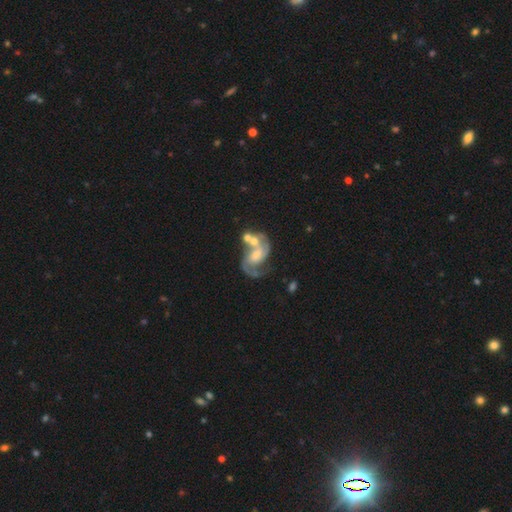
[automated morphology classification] A featured or disk galaxy (81%) with no bar (48%), 2 (66%) medium (46%) spiral arms (89%) and a moderate central bulge (44%).

Vote fractions:
- Smooth or featured? featured or disk: 81% / smooth: 13% / star or artifact: 7%
- Edge-on disk? no: 98% / yes: 2%
- Bar? no: 48% / weak: 40% / strong: 13%
- Spiral arms? yes: 89% / no: 11%
- Spiral winding? medium: 46% / loose: 35% / tight: 19%
- Spiral arm count? 2: 66% / 1: 16% / can't tell: 10% / 3: 6% / 4: 2% / more than 4: 2%
- Bulge size? moderate: 44% / small: 30% / none: 14% / large: 10% / dominant: 2%
- Merging? merger: 38% / none: 26% / major disturbance: 22% / minor disturbance: 14%